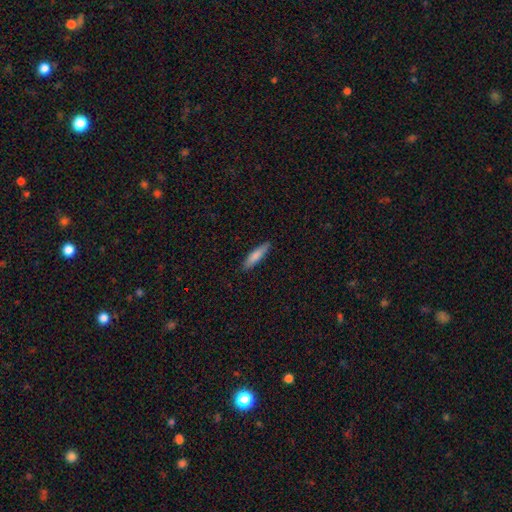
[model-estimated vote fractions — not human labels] This is clearly a smooth galaxy (80%). How rounded: likely cigar-shaped (76%). Merging: clearly none (88%).